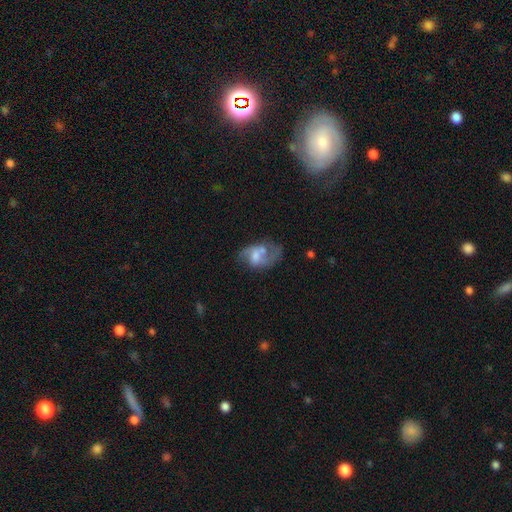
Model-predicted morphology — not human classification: Smooth or featured? featured or disk (61%)
Edge-on disk? no (97%)
Bar? no (49%)
Spiral arms? yes (67%)
Bulge size? moderate (43%)
Merging? none (36%)